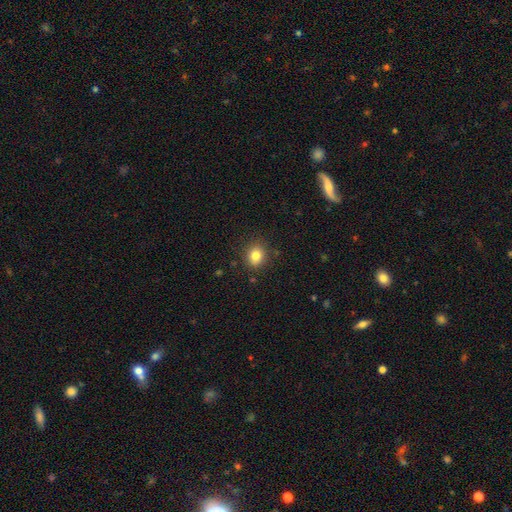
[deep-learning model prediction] Smooth or featured?
  - smooth: 82% *
  - star or artifact: 11%
  - featured or disk: 7%
How rounded?
  - round: 70% *
  - in between: 29%
  - cigar-shaped: 1%
Merging?
  - none: 87% *
  - minor disturbance: 9%
  - major disturbance: 3%
  - merger: 2%